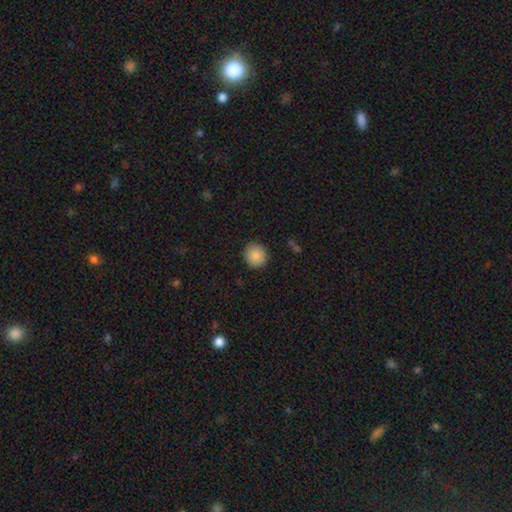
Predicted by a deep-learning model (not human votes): Smooth or featured? smooth (88%)
How rounded? round (84%)
Merging? none (89%)